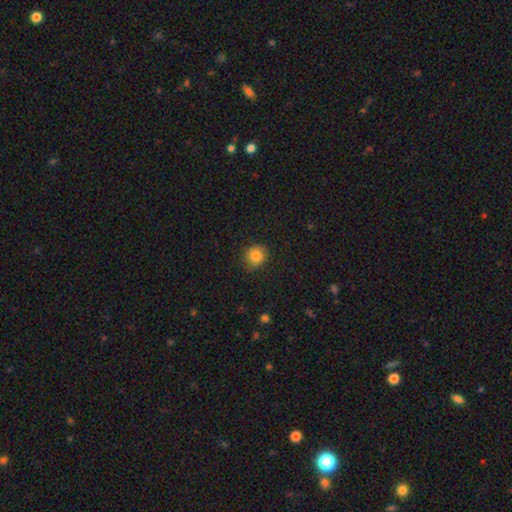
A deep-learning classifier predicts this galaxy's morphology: A smooth galaxy with no disk features (84%) that is round (86%). Merging: none (80%).